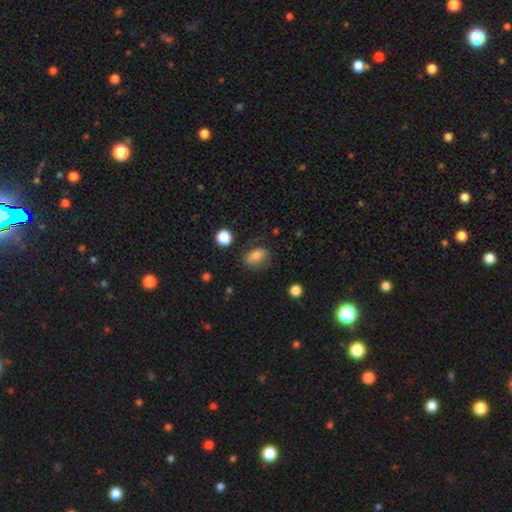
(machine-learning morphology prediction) This is likely a smooth galaxy (75%). How rounded: likely in between (80%). Merging: likely none (67%).